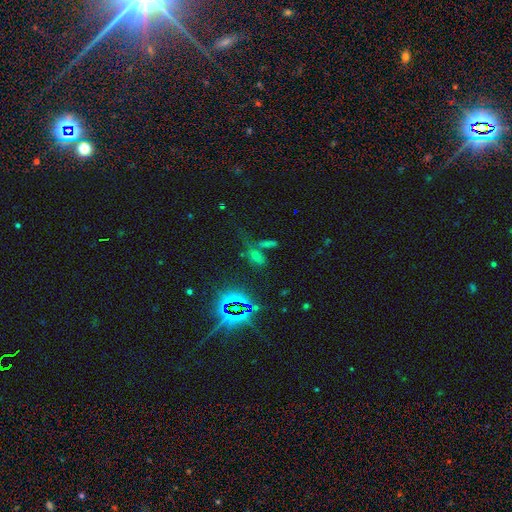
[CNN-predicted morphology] Overall: star or artifact (58%; featured or disk 23%).